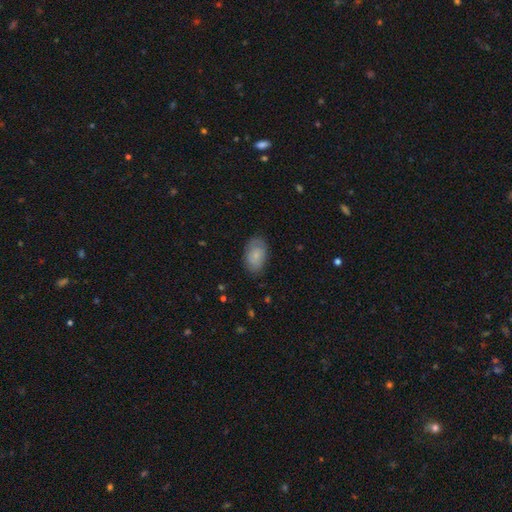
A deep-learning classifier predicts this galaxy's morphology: smooth-or-featured: smooth: 73% | featured or disk: 20% | star or artifact: 7%
  how-rounded: in between: 91% | round: 8% | cigar-shaped: 1%
  merging: none: 76% | minor disturbance: 18% | major disturbance: 5% | merger: 1%